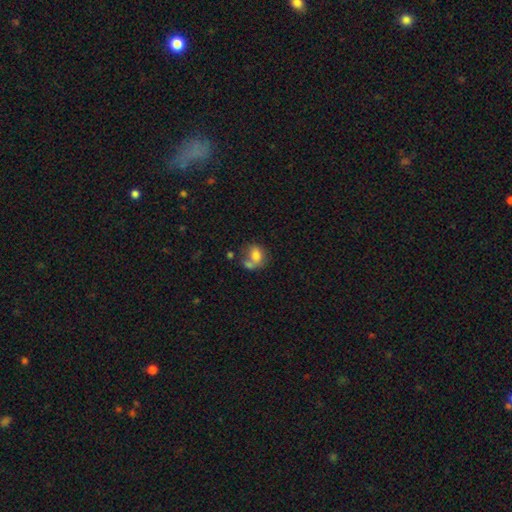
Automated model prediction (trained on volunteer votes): smooth-or-featured: smooth: 72% | featured or disk: 18% | star or artifact: 10%
  how-rounded: in between: 59% | round: 40% | cigar-shaped: 1%
  merging: merger: 44% | none: 31% | minor disturbance: 15% | major disturbance: 11%